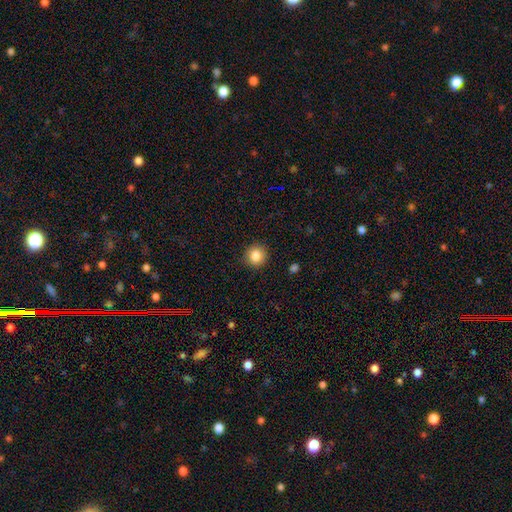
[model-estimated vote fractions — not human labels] smooth_or_featured: smooth (p=0.85) [alt: star or artifact p=0.10]
how_rounded: round (p=0.90) [alt: in between p=0.09]
merging: none (p=0.90) [alt: minor disturbance p=0.07]